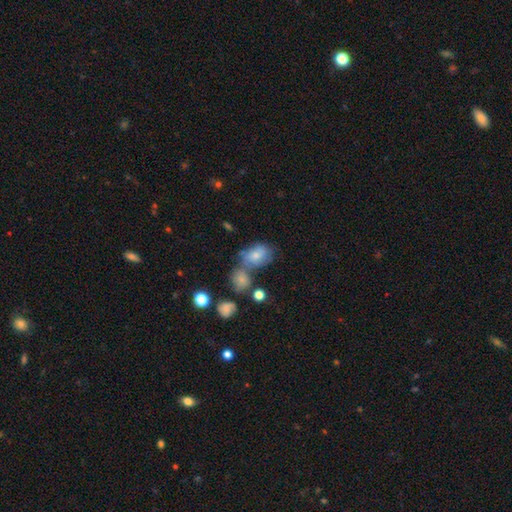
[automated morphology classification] smooth-or-featured: smooth: 72% | featured or disk: 19% | star or artifact: 10%
  how-rounded: in between: 74% | round: 25% | cigar-shaped: 2%
  merging: merger: 41% | none: 34% | minor disturbance: 16% | major disturbance: 8%